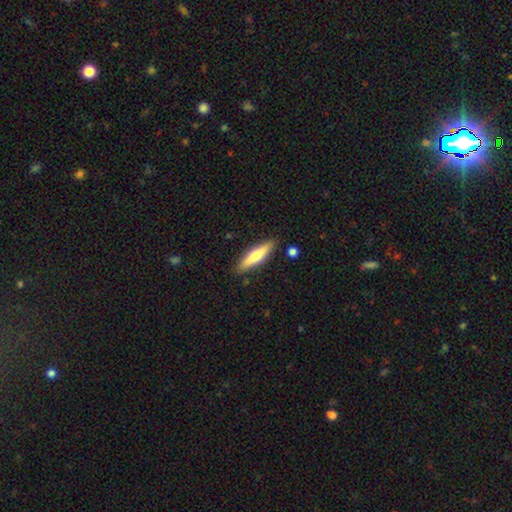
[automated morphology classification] This appears to be a smooth galaxy with no disk features (59%) that is cigar-shaped (73%). Merging: none (86%).